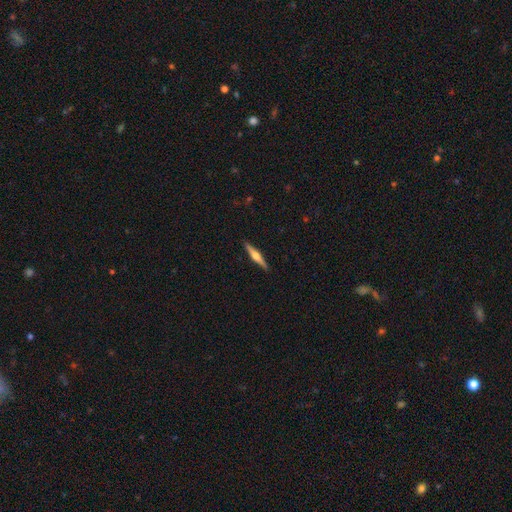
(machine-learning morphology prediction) smooth-or-featured: featured or disk: 65% | smooth: 29% | star or artifact: 5%
  disk-edge-on: yes: 98% | no: 2%
    edge-on-bulge: rounded: 91% | boxy: 5% | none: 4%
  merging: none: 91% | minor disturbance: 6% | major disturbance: 1% | merger: 1%